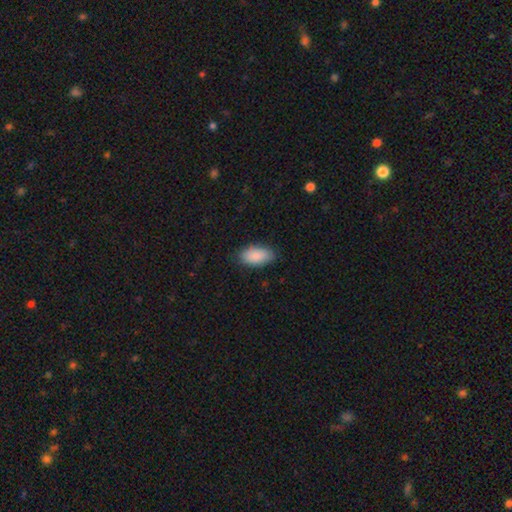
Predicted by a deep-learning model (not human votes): Morphology: type=smooth (86%); roundness=in between (94%); merging=none (82%).